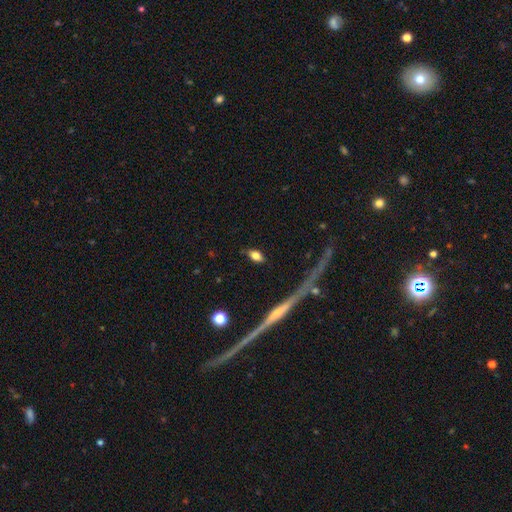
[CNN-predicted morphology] Smooth or featured? smooth (76%)
How rounded? in between (86%)
Merging? none (85%)